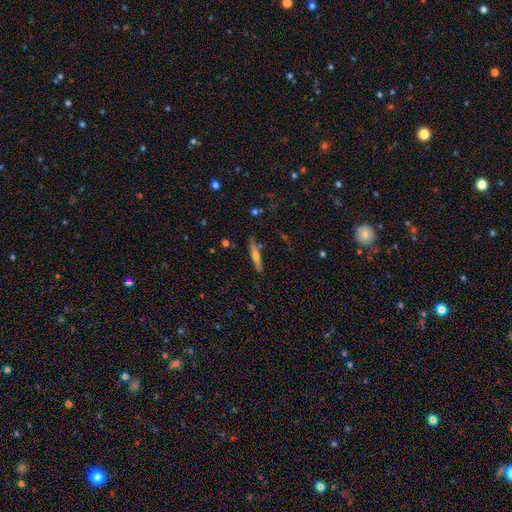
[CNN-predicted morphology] Q: Smooth or featured?
A: smooth (51%); runner-up: featured or disk (42%)
Q: How rounded?
A: cigar-shaped (89%); runner-up: in between (9%)
Q: Merging?
A: none (84%); runner-up: minor disturbance (11%)